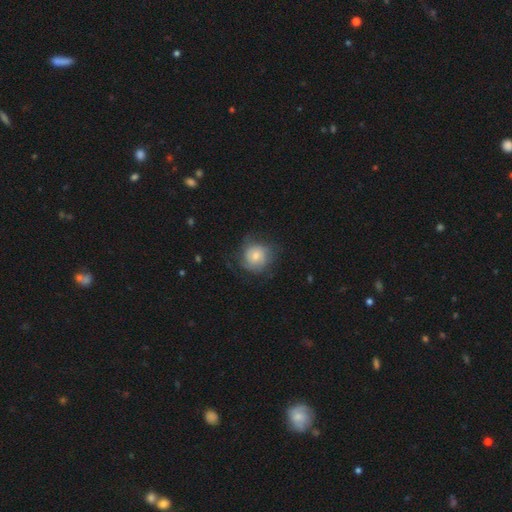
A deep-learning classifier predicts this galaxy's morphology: smooth_or_featured: smooth (p=0.59) [alt: featured or disk p=0.34]
how_rounded: round (p=0.87) [alt: in between p=0.12]
merging: none (p=0.64) [alt: minor disturbance p=0.23]